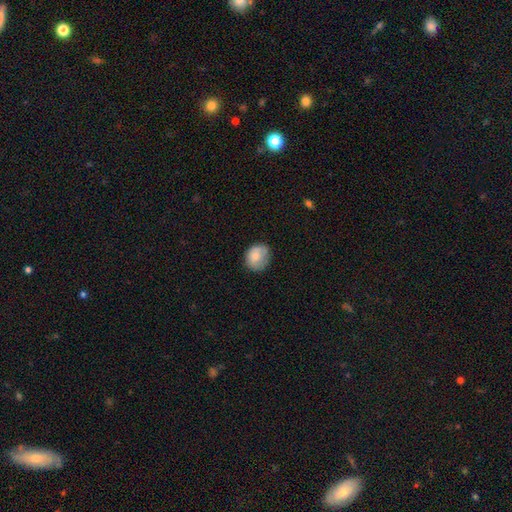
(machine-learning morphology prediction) Q: Smooth or featured?
A: smooth (81%); runner-up: featured or disk (11%)
Q: How rounded?
A: round (66%); runner-up: in between (33%)
Q: Merging?
A: none (66%); runner-up: minor disturbance (25%)